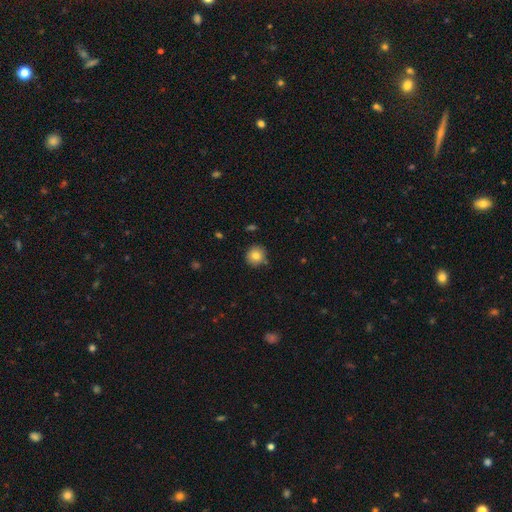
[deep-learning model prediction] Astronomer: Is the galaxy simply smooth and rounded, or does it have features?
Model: smooth — 81%.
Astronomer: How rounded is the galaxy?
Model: round — 92%.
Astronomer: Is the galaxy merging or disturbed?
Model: none — 83%.